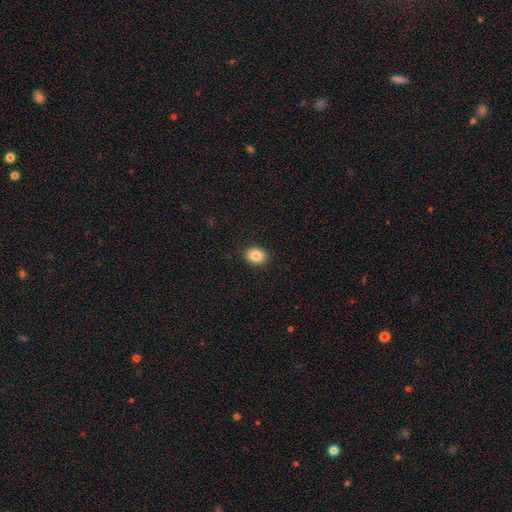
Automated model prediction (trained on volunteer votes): A smooth galaxy with no disk features (86%) that is in between round and cigar-shaped (56%). Merging: none (90%).